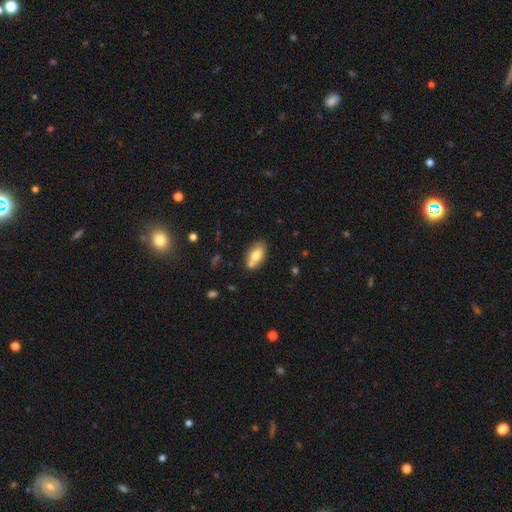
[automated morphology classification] Smooth or featured? Predicted: smooth (p=0.71). How rounded? Predicted: in between (p=0.89). Merging? Predicted: none (p=0.60).